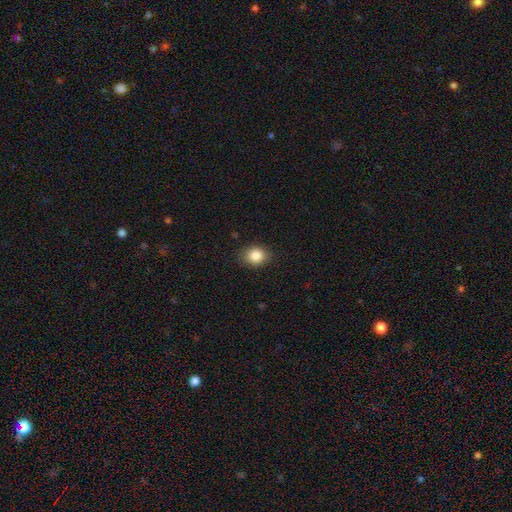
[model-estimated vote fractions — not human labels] Smooth or featured? Predicted: smooth (p=0.86). How rounded? Predicted: round (p=0.57). Merging? Predicted: none (p=0.85).